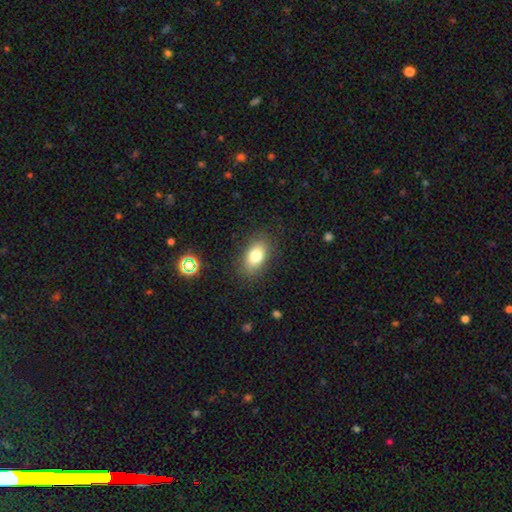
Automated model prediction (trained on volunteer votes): smooth_or_featured: smooth (p=0.77) [alt: featured or disk p=0.13]
how_rounded: in between (p=0.86) [alt: round p=0.11]
merging: none (p=0.85) [alt: minor disturbance p=0.11]